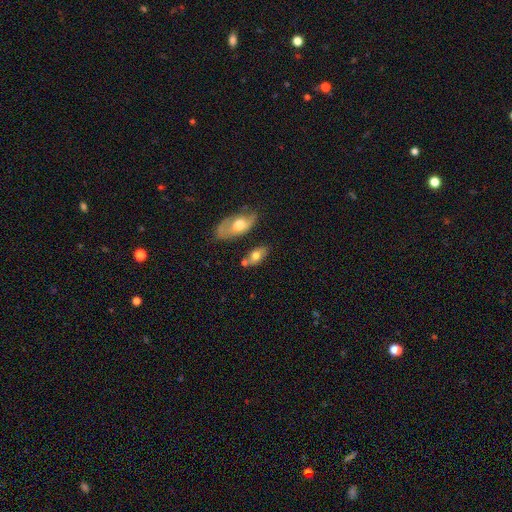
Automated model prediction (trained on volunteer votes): Smooth or featured? smooth (65%)
How rounded? in between (85%)
Merging? none (60%)